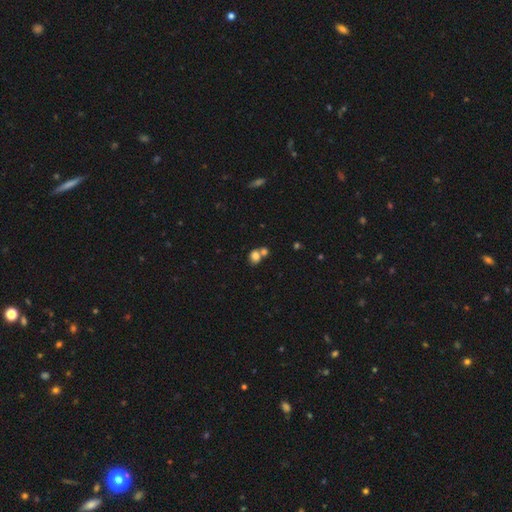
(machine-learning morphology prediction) The model was most divided on "merging": merger: 46%, none: 42%, minor disturbance: 9%, major disturbance: 4%. More confident: smooth or featured — smooth (80%); how rounded — round (53%).